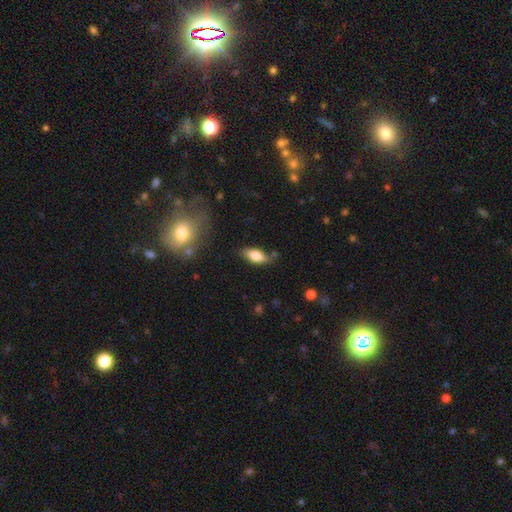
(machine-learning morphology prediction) smooth 76%, featured or disk 18%, star or artifact 7%. Down the decision tree: how rounded — in between (83%); merging — none (75%).